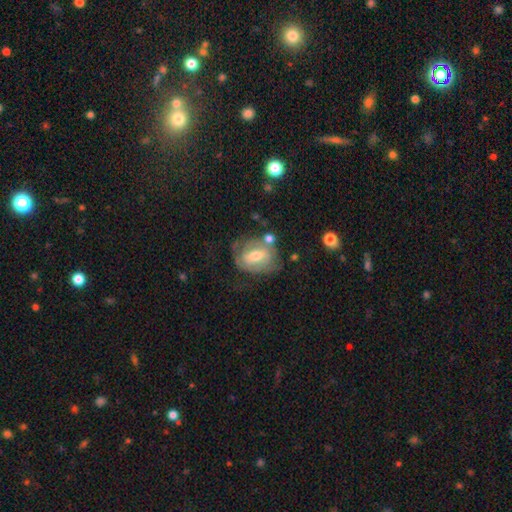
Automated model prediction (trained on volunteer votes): smooth_or_featured: featured or disk (p=0.60) [alt: smooth p=0.33]
disk_edge_on: no (p=0.94) [alt: yes p=0.06]
bar: weak (p=0.44) [alt: no p=0.30]
has_spiral_arms: yes (p=0.62) [alt: no p=0.38]
bulge_size: moderate (p=0.64) [alt: small p=0.27]
merging: none (p=0.49) [alt: minor disturbance p=0.24]